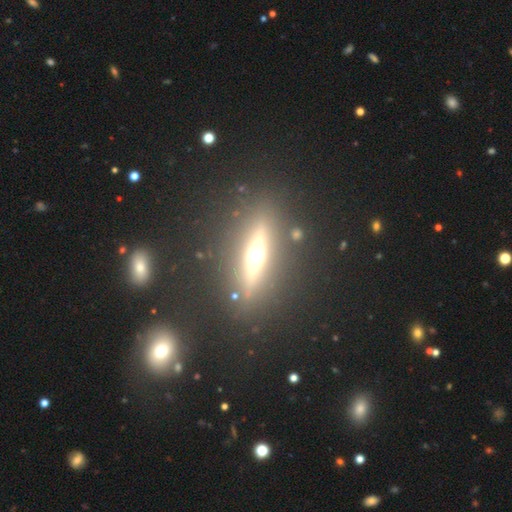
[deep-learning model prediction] smooth_or_featured: featured or disk (p=0.67) [alt: smooth p=0.21]
disk_edge_on: yes (p=0.92) [alt: no p=0.08]
edge_on_bulge: rounded (p=0.93) [alt: boxy p=0.04]
merging: none (p=0.86) [alt: minor disturbance p=0.08]